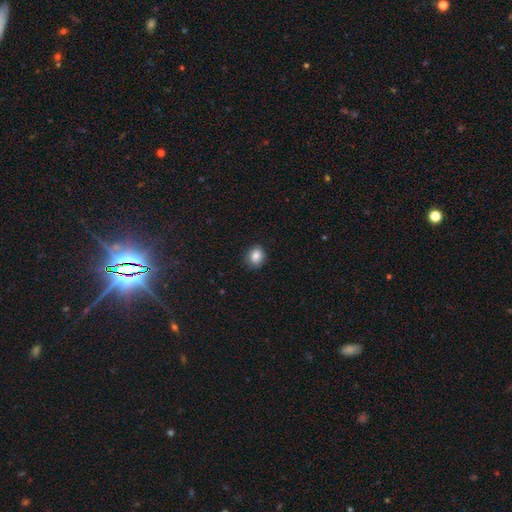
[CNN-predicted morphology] smooth-or-featured: smooth: 84% | star or artifact: 10% | featured or disk: 6%
  how-rounded: round: 69% | in between: 30% | cigar-shaped: 1%
  merging: none: 87% | minor disturbance: 10% | major disturbance: 2% | merger: 1%